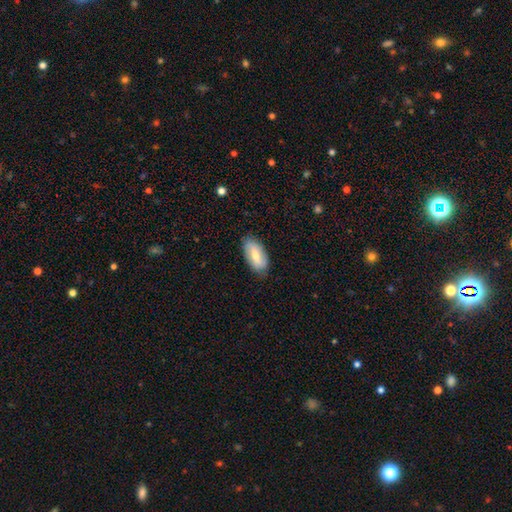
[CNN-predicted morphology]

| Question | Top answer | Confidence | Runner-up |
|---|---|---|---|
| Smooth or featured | smooth | 55% | featured or disk (39%) |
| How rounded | in between | 92% | cigar-shaped (6%) |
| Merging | none | 82% | minor disturbance (14%) |